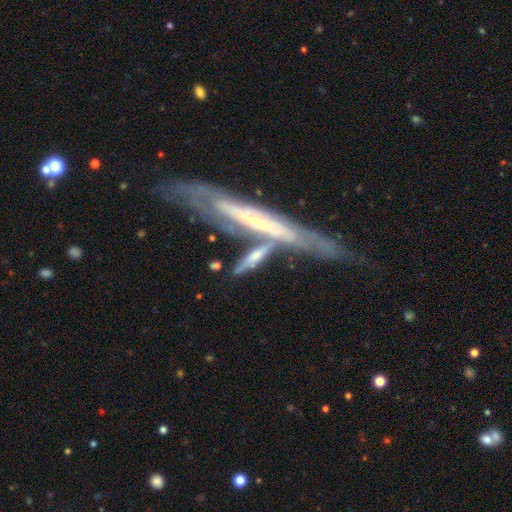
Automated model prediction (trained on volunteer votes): A featured or disk galaxy (63%) viewed edge-on (76%).

Vote fractions:
- Smooth or featured? featured or disk: 63% / smooth: 29% / star or artifact: 8%
- Edge-on disk? yes: 76% / no: 24%
- Merging? merger: 43% / none: 34% / minor disturbance: 15% / major disturbance: 8%